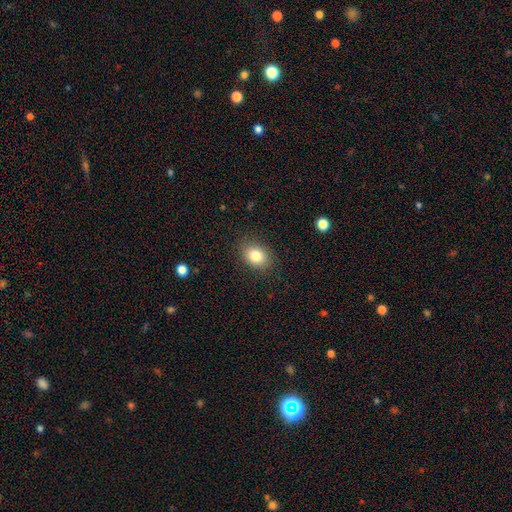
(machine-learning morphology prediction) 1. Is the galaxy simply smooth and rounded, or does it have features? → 83% smooth, 10% star or artifact, 8% featured or disk.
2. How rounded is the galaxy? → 62% in between, 37% round, 1% cigar-shaped.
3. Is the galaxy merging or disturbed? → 85% none, 10% minor disturbance, 3% major disturbance, 1% merger.